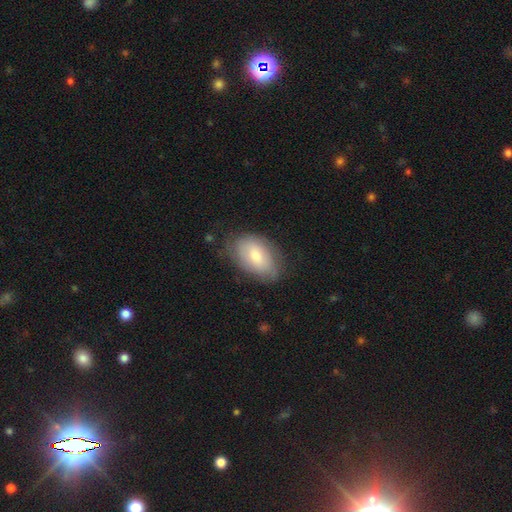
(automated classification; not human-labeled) A smooth galaxy with no disk features (67%) that is in between round and cigar-shaped (91%). Merging: none (69%).